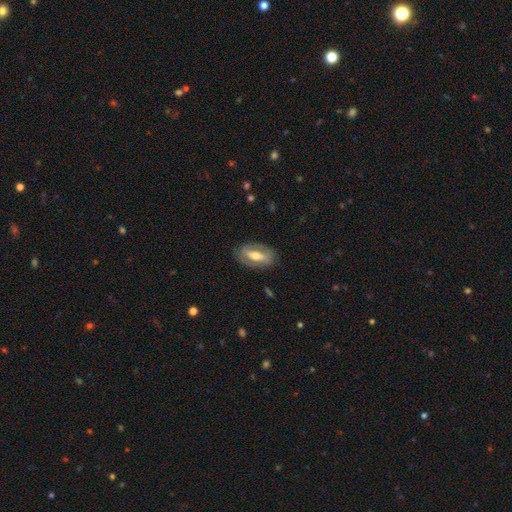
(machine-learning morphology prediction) smooth_or_featured: featured or disk (p=0.61) [alt: smooth p=0.33]
disk_edge_on: no (p=0.87) [alt: yes p=0.13]
bar: strong (p=0.45) [alt: weak p=0.32]
has_spiral_arms: yes (p=0.53) [alt: no p=0.47]
bulge_size: moderate (p=0.67) [alt: small p=0.22]
merging: none (p=0.79) [alt: minor disturbance p=0.14]